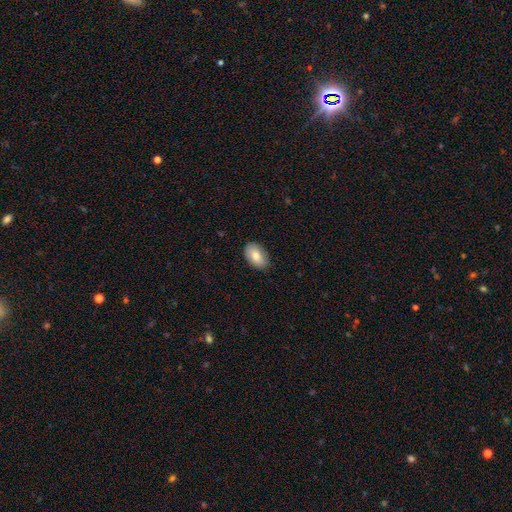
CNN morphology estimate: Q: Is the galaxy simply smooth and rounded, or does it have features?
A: smooth — 81%.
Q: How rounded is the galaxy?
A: in between — 91%.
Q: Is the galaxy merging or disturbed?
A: none — 85%.